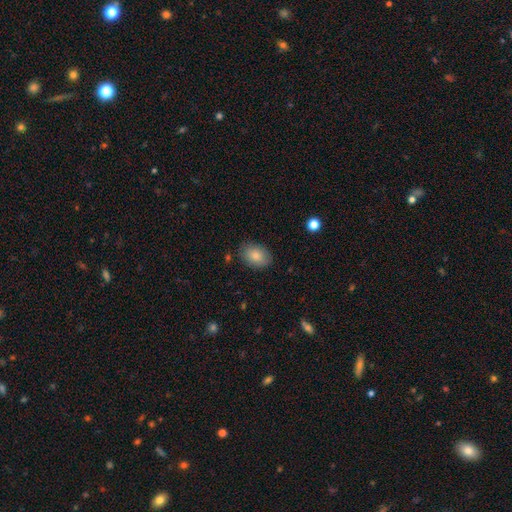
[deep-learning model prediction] This appears to be a smooth galaxy with no disk features (84%) that is in between round and cigar-shaped (84%). Merging: none (83%).